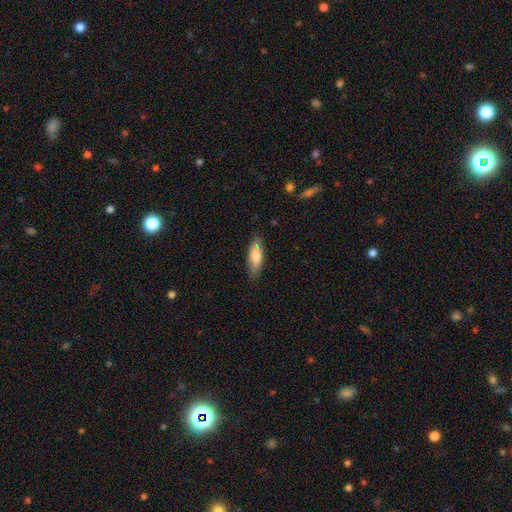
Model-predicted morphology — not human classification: Smooth or featured? smooth (75%)
How rounded? in between (52%)
Merging? none (81%)